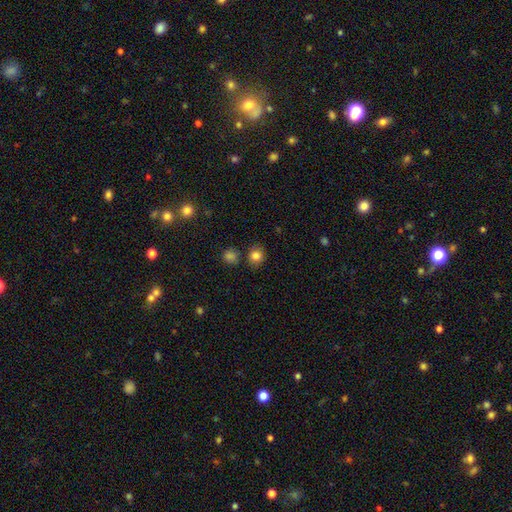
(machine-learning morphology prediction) type=smooth (82%); roundness=round (77%); merging=none (78%).